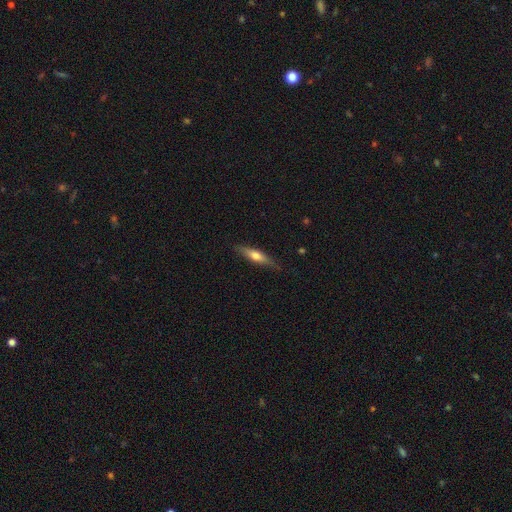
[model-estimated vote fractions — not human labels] Smooth or featured?
  - smooth: 50% *
  - featured or disk: 44%
  - star or artifact: 6%
Merging?
  - none: 83% *
  - minor disturbance: 14%
  - major disturbance: 3%
  - merger: 1%